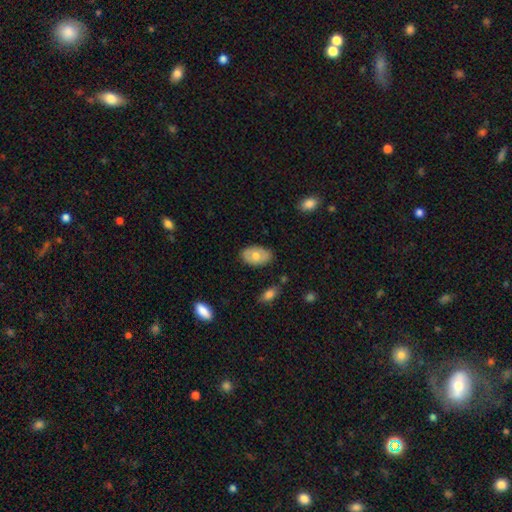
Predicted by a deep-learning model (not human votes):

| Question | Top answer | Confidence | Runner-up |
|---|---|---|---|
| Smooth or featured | smooth | 62% | featured or disk (32%) |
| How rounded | in between | 90% | round (9%) |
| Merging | none | 80% | minor disturbance (16%) |